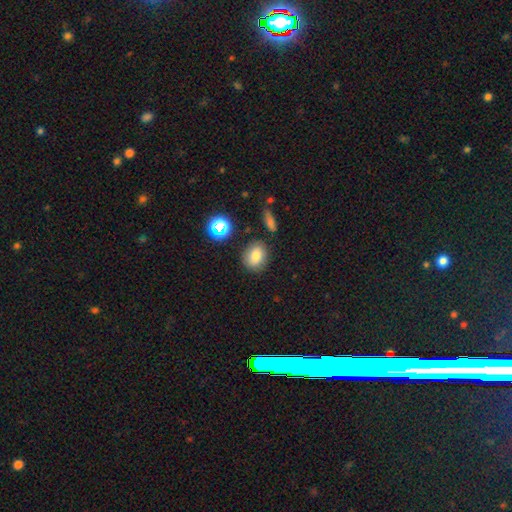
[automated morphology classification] type=smooth (78%); roundness=round (54%); merging=none (82%).